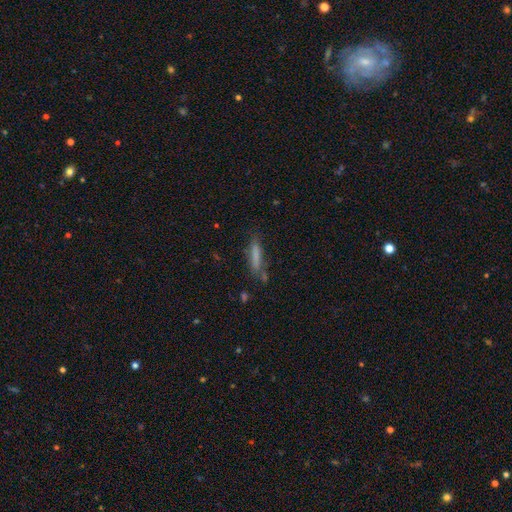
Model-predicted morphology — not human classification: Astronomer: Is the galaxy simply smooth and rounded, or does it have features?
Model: smooth — 73%.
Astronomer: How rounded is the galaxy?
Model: cigar-shaped — 81%.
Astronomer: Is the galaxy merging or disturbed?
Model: none — 65%.